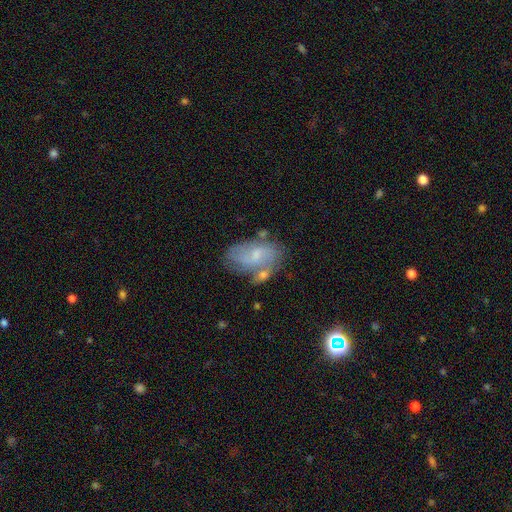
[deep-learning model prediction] smooth-or-featured: featured or disk: 54% | smooth: 37% | star or artifact: 10%
  disk-edge-on: no: 95% | yes: 5%
    bar: no: 52% | weak: 41% | strong: 8%
    has-spiral-arms: yes: 68% | no: 32%
    bulge-size: small: 54% | moderate: 31% | none: 12% | large: 3% | dominant: 1%
  merging: none: 46% | minor disturbance: 24% | merger: 18% | major disturbance: 12%